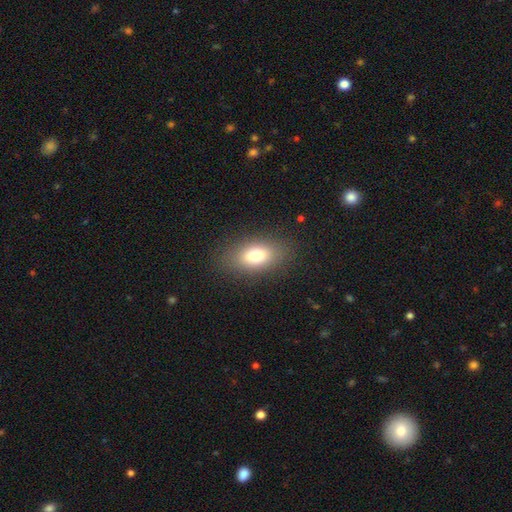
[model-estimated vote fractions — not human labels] smooth-or-featured: smooth: 76% | featured or disk: 13% | star or artifact: 10%
  how-rounded: in between: 85% | round: 12% | cigar-shaped: 3%
  merging: none: 85% | minor disturbance: 10% | major disturbance: 4% | merger: 1%